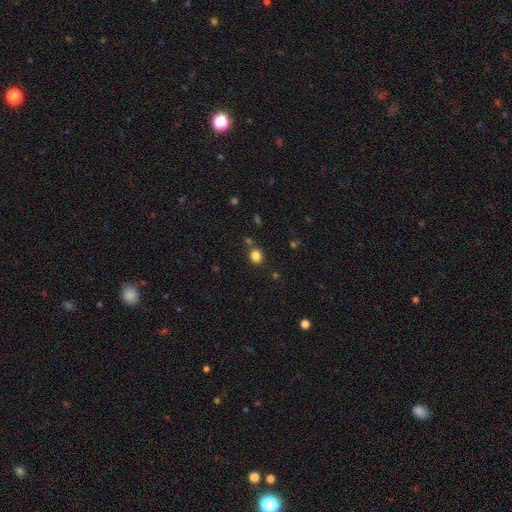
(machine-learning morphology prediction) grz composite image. It shows a smooth galaxy with no disk features (84%) that is in between round and cigar-shaped (53%). Merging: none (75%).